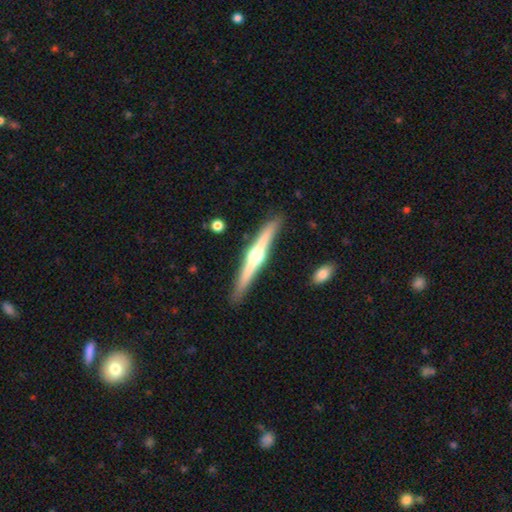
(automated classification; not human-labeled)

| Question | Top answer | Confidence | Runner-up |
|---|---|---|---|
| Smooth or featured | featured or disk | 76% | smooth (19%) |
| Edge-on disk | yes | 98% | no (2%) |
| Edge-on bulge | rounded | 95% | boxy (3%) |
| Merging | none | 89% | minor disturbance (8%) |